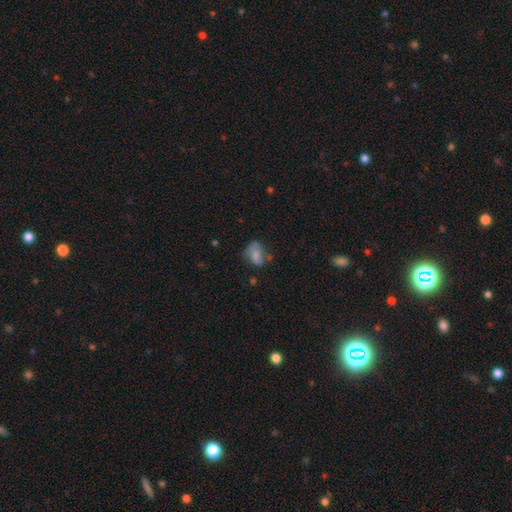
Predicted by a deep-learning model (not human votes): smooth_or_featured: smooth (p=0.63) [alt: featured or disk p=0.27]
how_rounded: in between (p=0.79) [alt: round p=0.19]
merging: none (p=0.42) [alt: minor disturbance p=0.30]